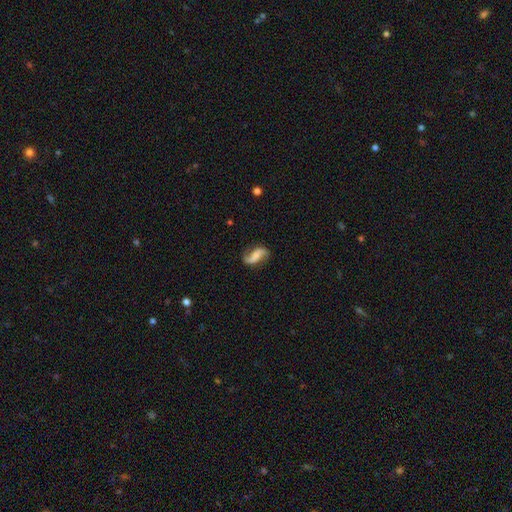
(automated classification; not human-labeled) smooth_or_featured: featured or disk (p=0.78) [alt: smooth p=0.15]
disk_edge_on: no (p=0.97) [alt: yes p=0.03]
bar: no (p=0.37) [alt: weak p=0.36]
has_spiral_arms: yes (p=0.95) [alt: no p=0.05]
spiral_winding: loose (p=0.69) [alt: medium p=0.24]
spiral_arm_count: 2 (p=0.92) [alt: 1 p=0.03]
bulge_size: none (p=0.45) [alt: small p=0.24]
merging: none (p=0.77) [alt: minor disturbance p=0.15]